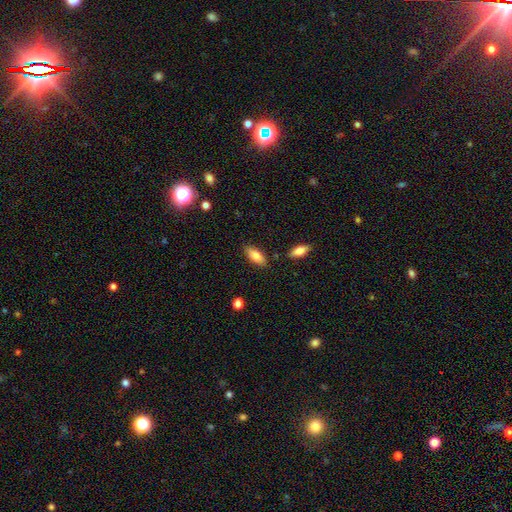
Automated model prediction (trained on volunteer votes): Smooth or featured? smooth (81%)
How rounded? in between (82%)
Merging? none (82%)